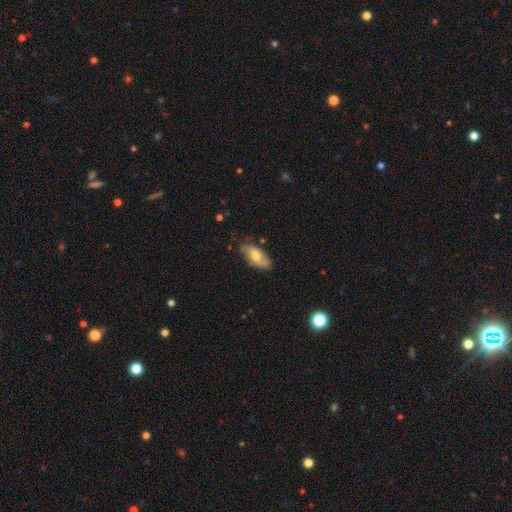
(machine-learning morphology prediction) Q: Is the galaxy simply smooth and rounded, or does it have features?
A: smooth — 51%.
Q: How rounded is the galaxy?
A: in between — 85%.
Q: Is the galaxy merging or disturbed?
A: none — 73%.